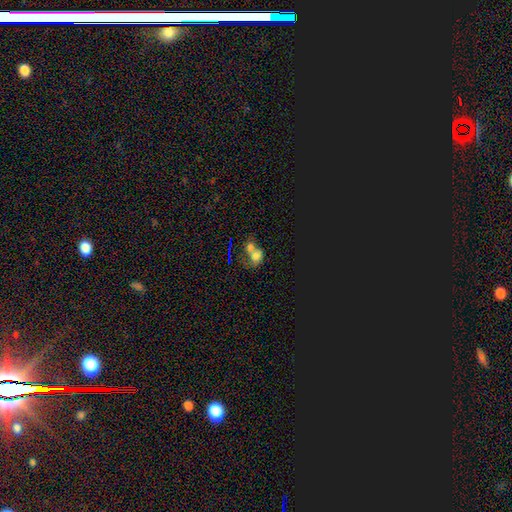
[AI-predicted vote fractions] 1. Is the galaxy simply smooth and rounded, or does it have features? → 60% smooth, 23% featured or disk, 17% star or artifact.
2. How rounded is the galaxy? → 51% in between, 47% round, 2% cigar-shaped.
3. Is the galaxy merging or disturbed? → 67% merger, 17% none, 9% major disturbance, 7% minor disturbance.